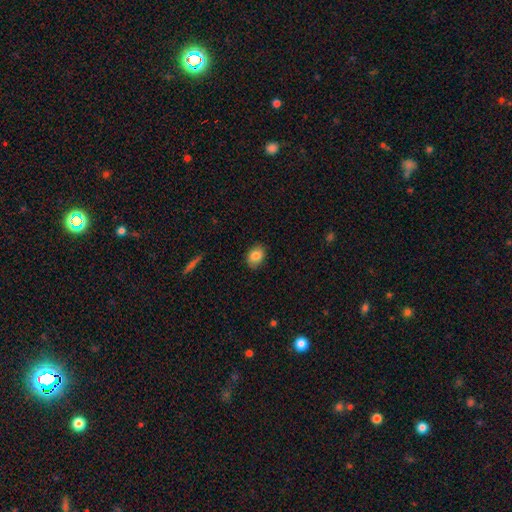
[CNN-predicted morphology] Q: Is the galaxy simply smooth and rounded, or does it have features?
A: smooth — 84%.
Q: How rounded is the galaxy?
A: in between — 69%.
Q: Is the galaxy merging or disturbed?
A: none — 84%.